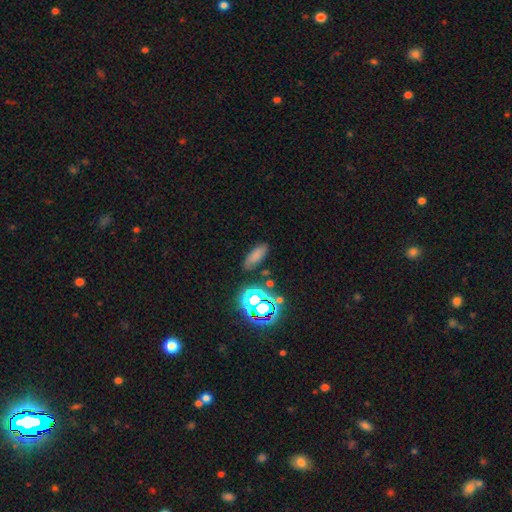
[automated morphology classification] The model was most divided on "smooth or featured": smooth: 64%, star or artifact: 23%, featured or disk: 13%. More confident: merging — none (80%); how rounded — in between (76%).